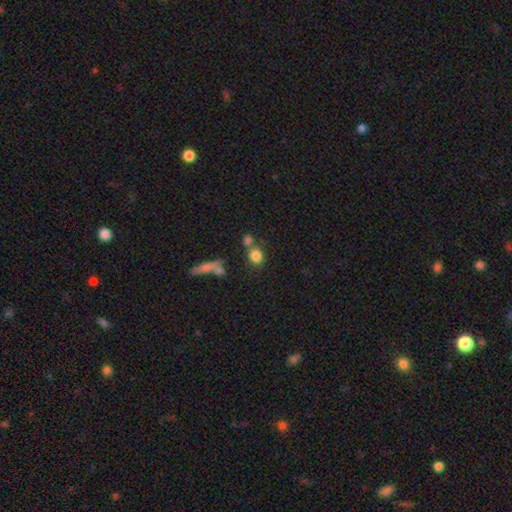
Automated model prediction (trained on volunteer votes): This appears to be a smooth galaxy with no disk features (81%) that is round (69%). Merging: none (53%).